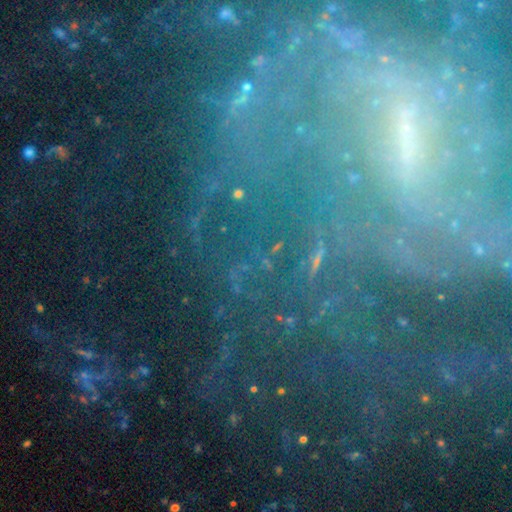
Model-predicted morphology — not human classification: Overall: featured or disk (57%; star or artifact 31%). Edge-on disk: no (90%). Bar: strong (36%; weak 32%). Spiral arms: yes (84%). Bulge size: small (56%; moderate 22%). Merging: none (68%).